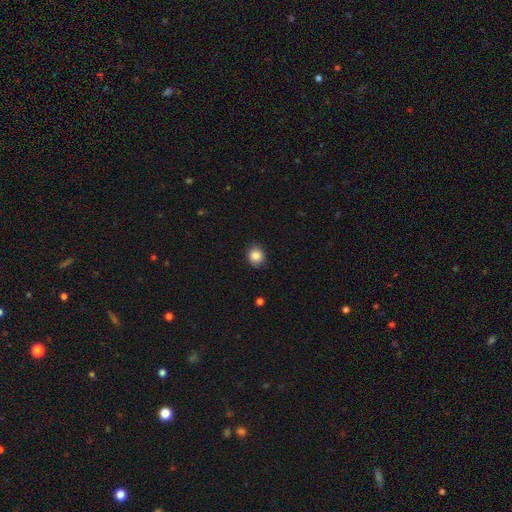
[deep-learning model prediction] A smooth galaxy with no disk features (87%) that is round (80%).

Vote fractions:
- Smooth or featured? smooth: 87% / star or artifact: 9% / featured or disk: 4%
- How rounded? round: 80% / in between: 19% / cigar-shaped: 1%
- Merging? none: 87% / minor disturbance: 10% / major disturbance: 2% / merger: 1%